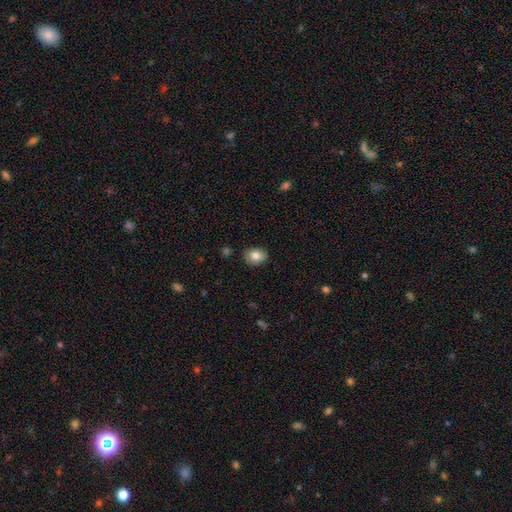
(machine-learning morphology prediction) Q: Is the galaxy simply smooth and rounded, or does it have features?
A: smooth — 81%.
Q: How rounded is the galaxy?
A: in between — 63%.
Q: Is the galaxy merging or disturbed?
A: none — 85%.